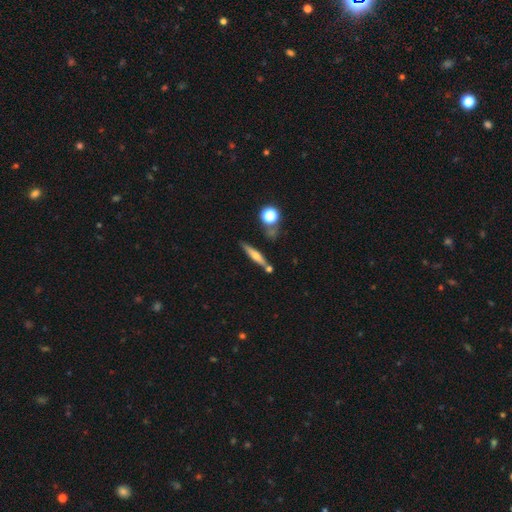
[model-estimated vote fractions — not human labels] Smooth or featured?
  - featured or disk: 50% *
  - smooth: 41%
  - star or artifact: 9%
Edge-on disk?
  - yes: 93% *
  - no: 7%
Merging?
  - none: 72% *
  - minor disturbance: 13%
  - merger: 12%
  - major disturbance: 4%